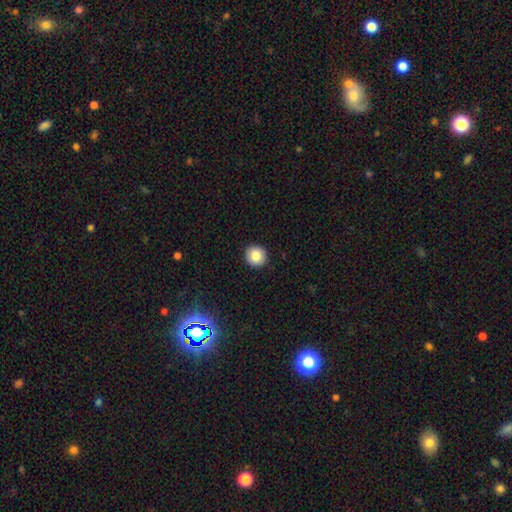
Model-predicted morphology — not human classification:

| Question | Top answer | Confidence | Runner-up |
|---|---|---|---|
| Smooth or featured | smooth | 85% | star or artifact (9%) |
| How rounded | round | 92% | in between (7%) |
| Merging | none | 92% | minor disturbance (5%) |